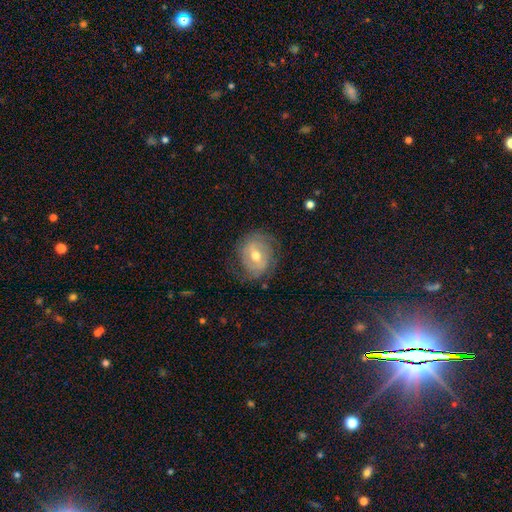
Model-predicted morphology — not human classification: smooth-or-featured: featured or disk: 67% | smooth: 26% | star or artifact: 7%
  disk-edge-on: no: 96% | yes: 4%
    bar: weak: 47% | no: 32% | strong: 21%
    has-spiral-arms: yes: 77% | no: 23%
    bulge-size: moderate: 71% | small: 24% | large: 3% | none: 1% | dominant: 1%
  merging: none: 69% | minor disturbance: 20% | major disturbance: 10% | merger: 1%